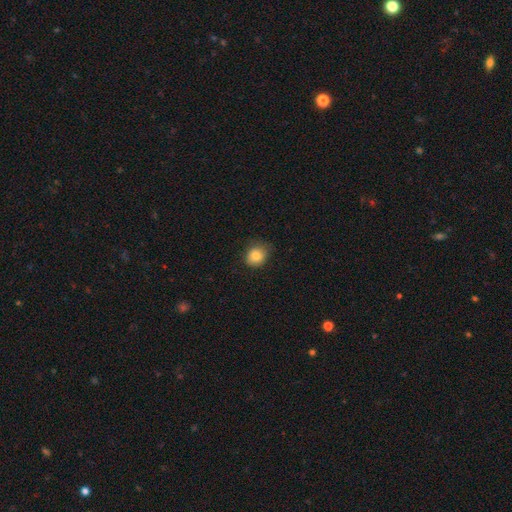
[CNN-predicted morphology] smooth_or_featured: smooth (p=0.83) [alt: star or artifact p=0.10]
how_rounded: round (p=0.68) [alt: in between p=0.32]
merging: none (p=0.71) [alt: minor disturbance p=0.23]